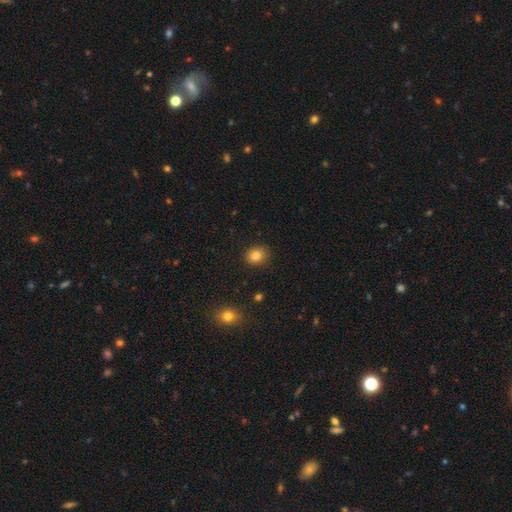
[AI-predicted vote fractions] Smooth or featured?
  - smooth: 83% *
  - star or artifact: 11%
  - featured or disk: 6%
How rounded?
  - round: 60% *
  - in between: 39%
  - cigar-shaped: 1%
Merging?
  - none: 88% *
  - minor disturbance: 9%
  - major disturbance: 2%
  - merger: 1%